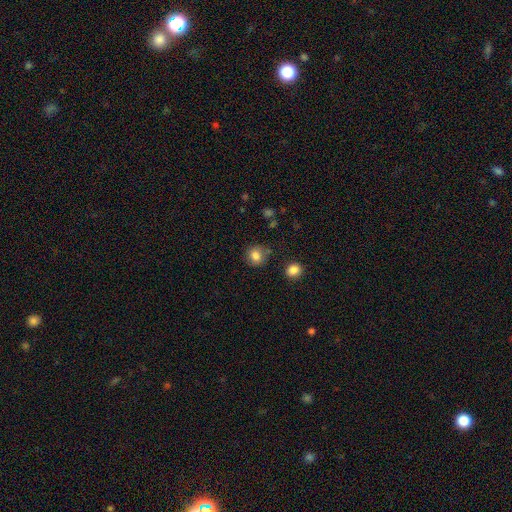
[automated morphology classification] Q: Smooth or featured?
A: smooth (83%); runner-up: star or artifact (11%)
Q: How rounded?
A: round (85%); runner-up: in between (14%)
Q: Merging?
A: none (80%); runner-up: minor disturbance (13%)